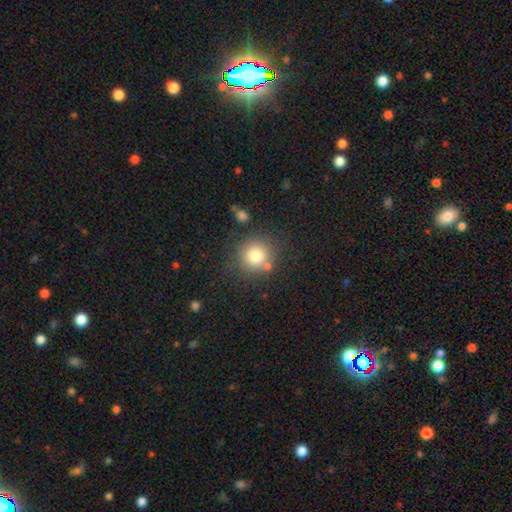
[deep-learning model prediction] Overall: smooth (79%). How rounded: round (91%). Merging: none (76%).